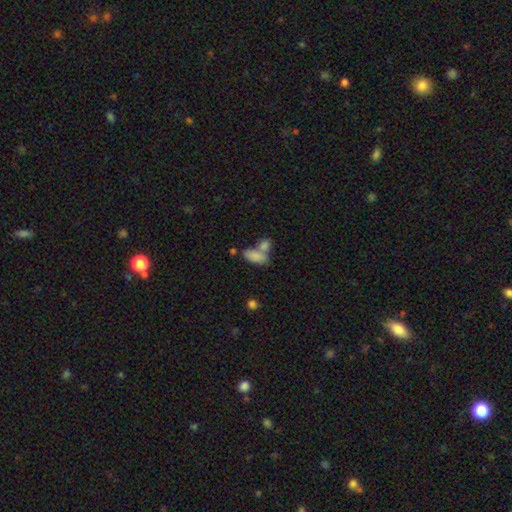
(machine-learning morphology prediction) Smooth or featured?
  - smooth: 83% *
  - featured or disk: 9%
  - star or artifact: 8%
How rounded?
  - in between: 87% *
  - cigar-shaped: 8%
  - round: 5%
Merging?
  - merger: 46% *
  - none: 38%
  - minor disturbance: 11%
  - major disturbance: 5%